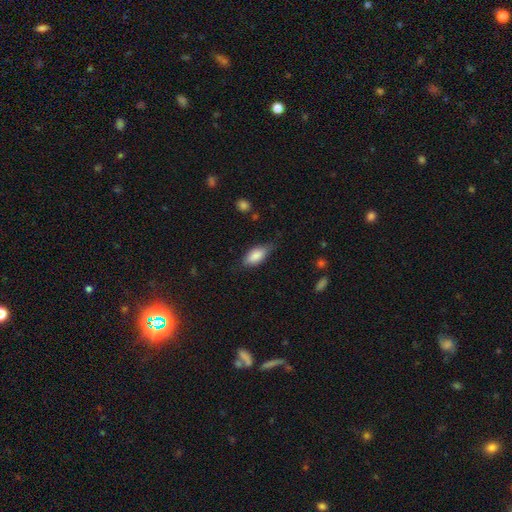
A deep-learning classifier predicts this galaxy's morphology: The model was most divided on "merging": none: 68%, minor disturbance: 25%, major disturbance: 5%, merger: 1%. More confident: how rounded — in between (87%); smooth or featured — smooth (83%).